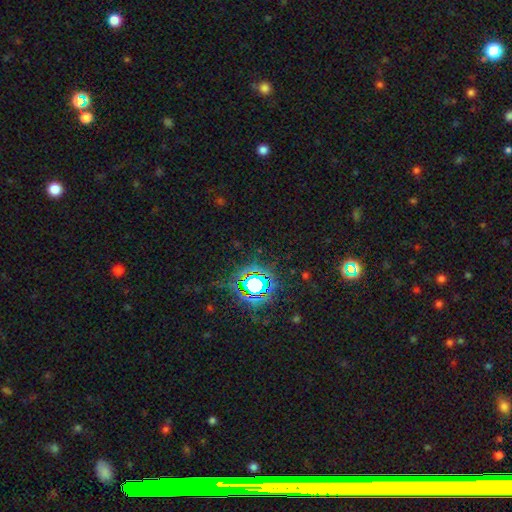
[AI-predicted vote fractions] A star or artifact, not a galaxy (79%).

Vote fractions:
- Smooth or featured? star or artifact: 79% / smooth: 13% / featured or disk: 8%